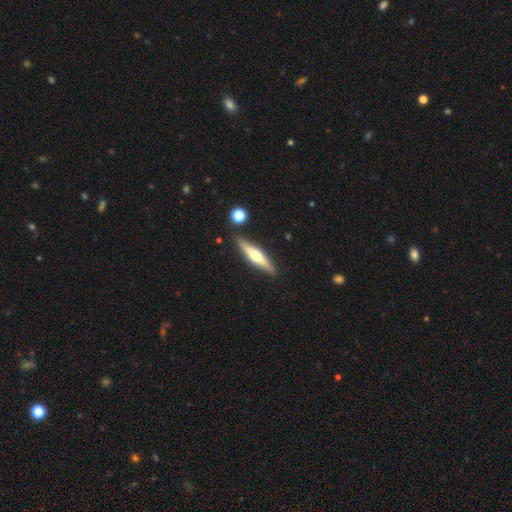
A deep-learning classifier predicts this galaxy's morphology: smooth_or_featured: featured or disk (p=0.54) [alt: smooth p=0.40]
disk_edge_on: yes (p=0.93) [alt: no p=0.07]
edge_on_bulge: rounded (p=0.90) [alt: none p=0.06]
merging: none (p=0.86) [alt: minor disturbance p=0.08]